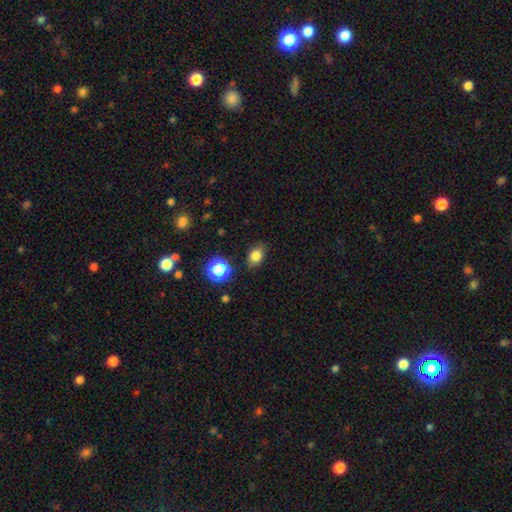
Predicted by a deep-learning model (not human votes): Q: Smooth or featured?
A: smooth (81%); runner-up: star or artifact (12%)
Q: How rounded?
A: in between (72%); runner-up: round (27%)
Q: Merging?
A: none (83%); runner-up: minor disturbance (12%)